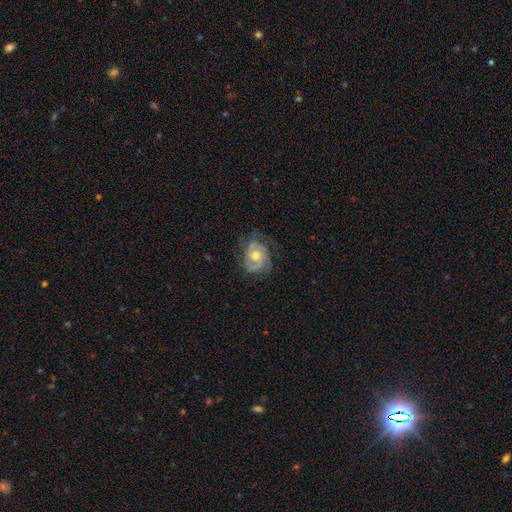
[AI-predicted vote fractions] This is likely a featured or disk galaxy (73%). It is clearly not viewed edge-on (97%). Bar: likely no (77%). Spiral arm pattern: clearly yes (88%). Spiral arm count: marginally 2 (36%). Spiral winding: possibly tight (50%). Central bulge: likely moderate (70%). Merging: likely none (60%).